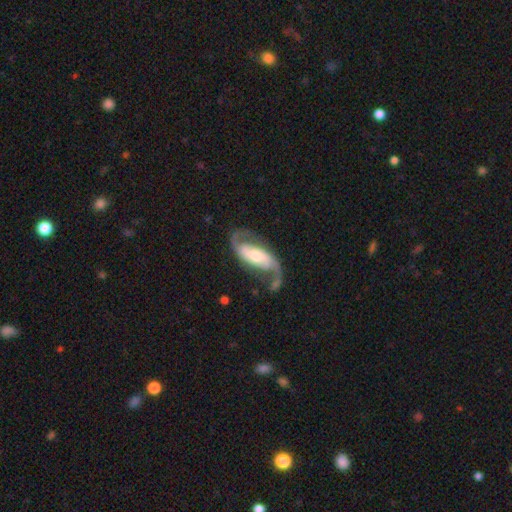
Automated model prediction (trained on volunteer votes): Smooth or featured?
  - featured or disk: 88% *
  - smooth: 7%
  - star or artifact: 4%
Edge-on disk?
  - no: 95% *
  - yes: 5%
Bar?
  - no: 36% *
  - weak: 34%
  - strong: 30%
Spiral arms?
  - yes: 97% *
  - no: 3%
Spiral winding?
  - loose: 48% *
  - medium: 40%
  - tight: 12%
Spiral arm count?
  - 2: 92% *
  - 1: 3%
  - can't tell: 2%
  - 3: 1%
  - 4: 1%
  - more than 4: 1%
Bulge size?
  - moderate: 51% *
  - small: 33%
  - large: 11%
  - none: 3%
  - dominant: 2%
Merging?
  - none: 68% *
  - minor disturbance: 16%
  - major disturbance: 13%
  - merger: 3%